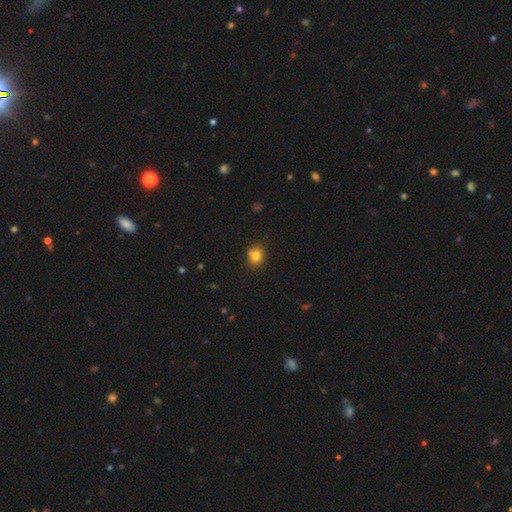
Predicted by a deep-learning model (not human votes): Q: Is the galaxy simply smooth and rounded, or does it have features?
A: smooth — 80%.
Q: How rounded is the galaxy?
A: round — 66%.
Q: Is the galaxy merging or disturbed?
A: none — 76%.